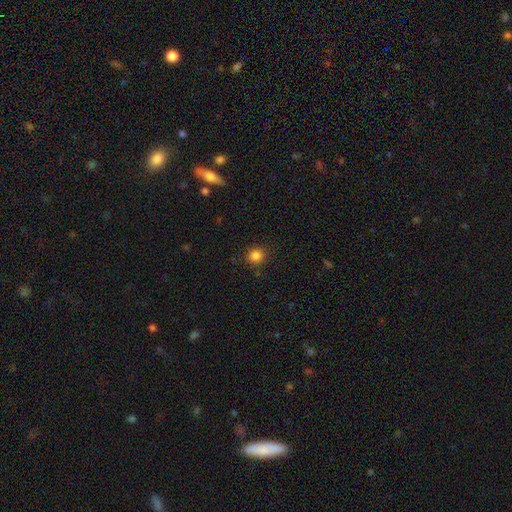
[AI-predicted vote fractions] smooth-or-featured: smooth: 84% | star or artifact: 12% | featured or disk: 4%
  how-rounded: round: 85% | in between: 14% | cigar-shaped: 1%
  merging: none: 88% | minor disturbance: 8% | major disturbance: 2% | merger: 1%